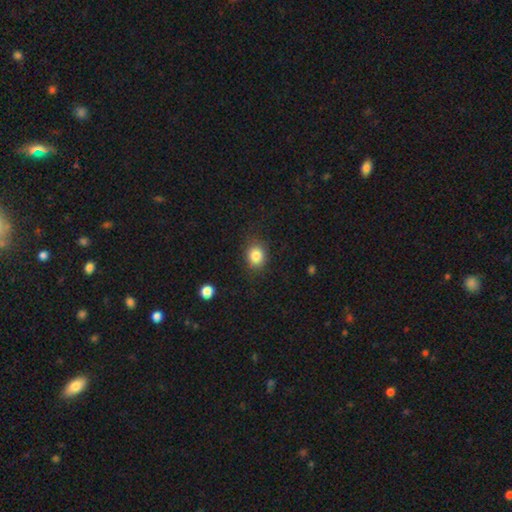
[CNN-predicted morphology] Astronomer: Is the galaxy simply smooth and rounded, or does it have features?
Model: smooth — 84%.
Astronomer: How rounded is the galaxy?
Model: round — 65%.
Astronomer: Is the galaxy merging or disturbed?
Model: none — 81%.